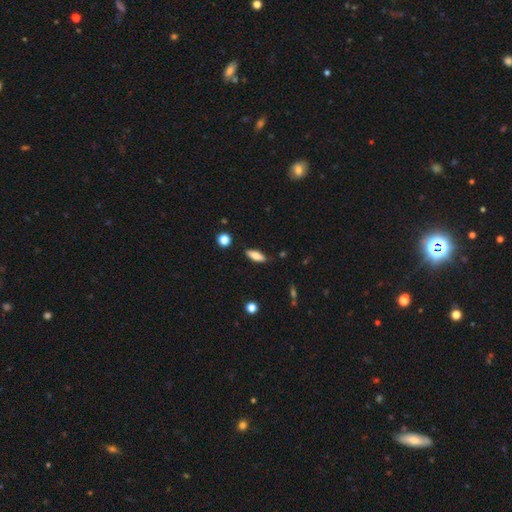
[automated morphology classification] This appears to be a smooth galaxy with no disk features (73%) that is in between round and cigar-shaped (65%). Merging: none (83%).